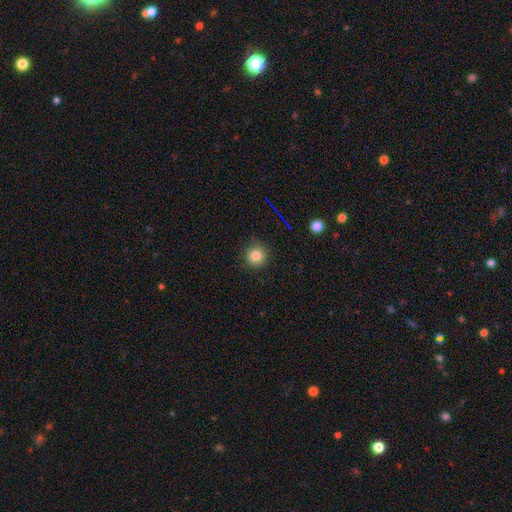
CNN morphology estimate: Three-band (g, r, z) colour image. It shows a smooth galaxy with no disk features (82%) that is round (94%). Merging: none (89%).